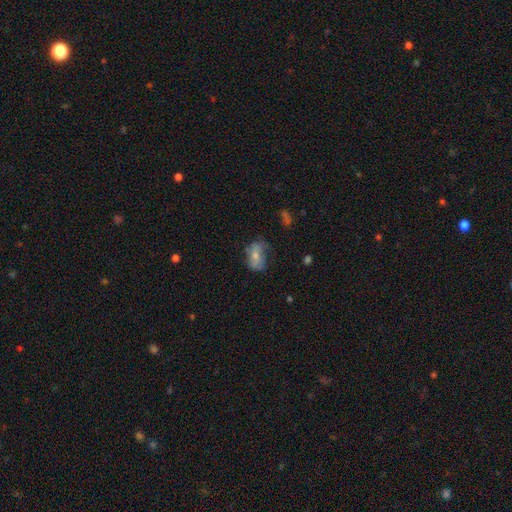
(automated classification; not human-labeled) A smooth galaxy with no disk features (59%) that is in between round and cigar-shaped (85%). Merging: none (48%).